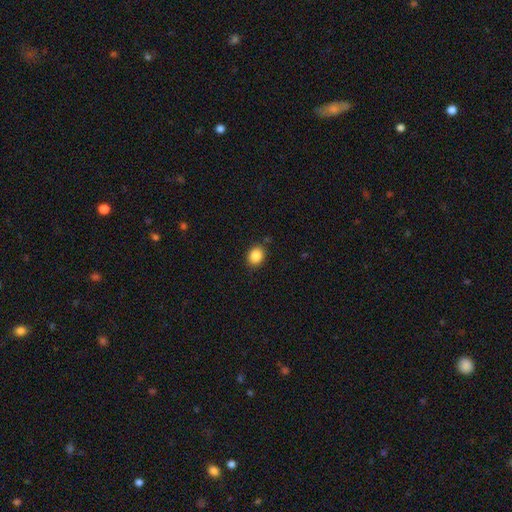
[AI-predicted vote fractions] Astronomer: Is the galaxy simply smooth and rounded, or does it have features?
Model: smooth — 87%.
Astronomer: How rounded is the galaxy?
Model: round — 58% (runner-up: in between, 41%).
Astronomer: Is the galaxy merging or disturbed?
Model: none — 86%.